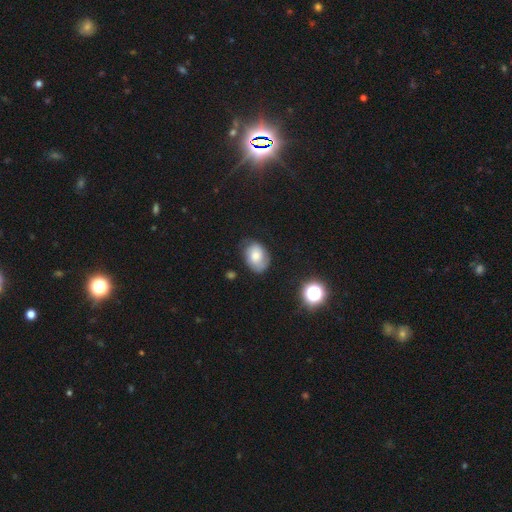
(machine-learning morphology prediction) smooth_or_featured: smooth (p=0.56) [alt: featured or disk p=0.33]
how_rounded: in between (p=0.72) [alt: round p=0.27]
merging: none (p=0.65) [alt: minor disturbance p=0.25]